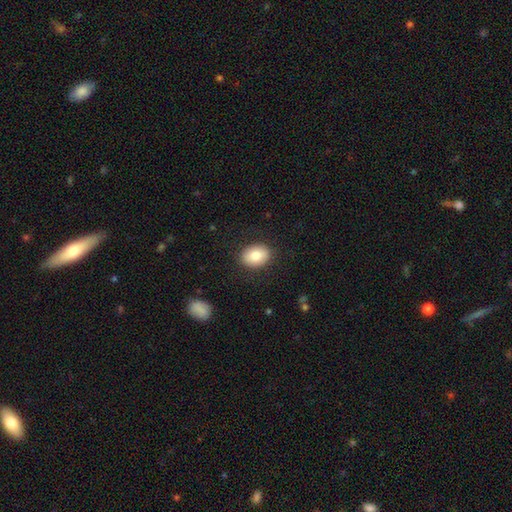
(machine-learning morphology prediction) Smooth or featured? Predicted: smooth (p=0.82). How rounded? Predicted: in between (p=0.69). Merging? Predicted: none (p=0.87).